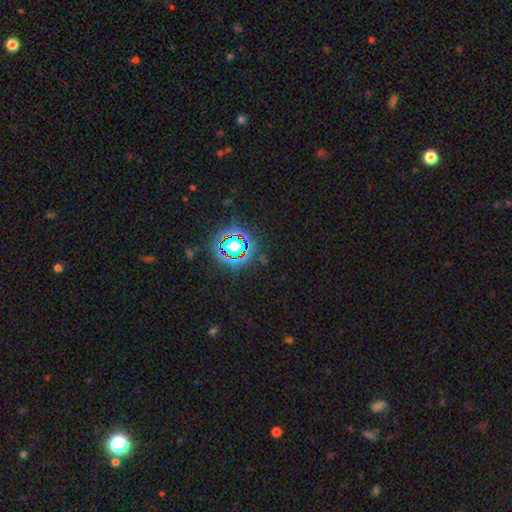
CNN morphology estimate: smooth_or_featured: star or artifact (p=0.78) [alt: smooth p=0.14]